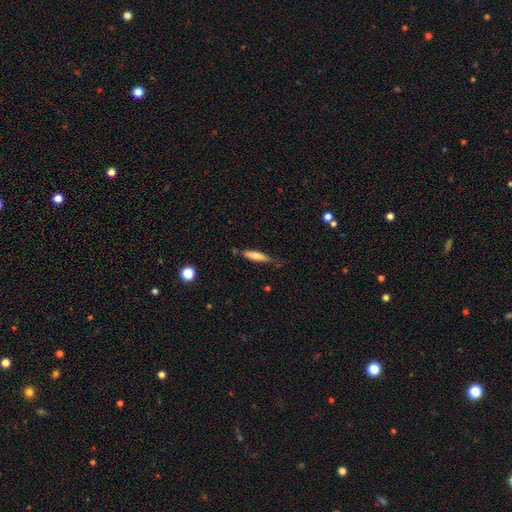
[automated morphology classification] The model was most divided on "smooth or featured": smooth: 68%, featured or disk: 25%, star or artifact: 6%. More confident: how rounded — cigar-shaped (75%); merging — none (69%).